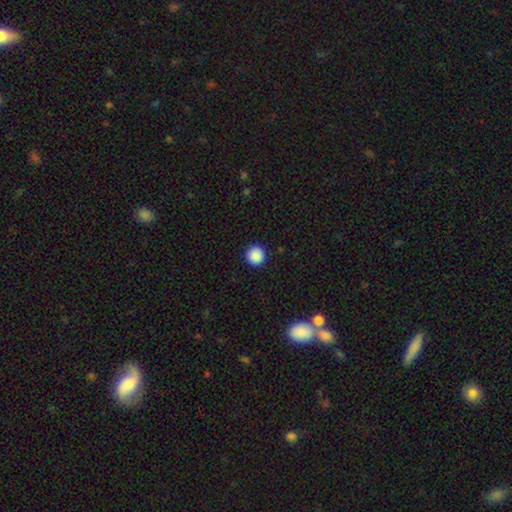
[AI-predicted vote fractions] This appears to be a smooth galaxy with no disk features (88%) that is round (95%). Merging: none (92%).